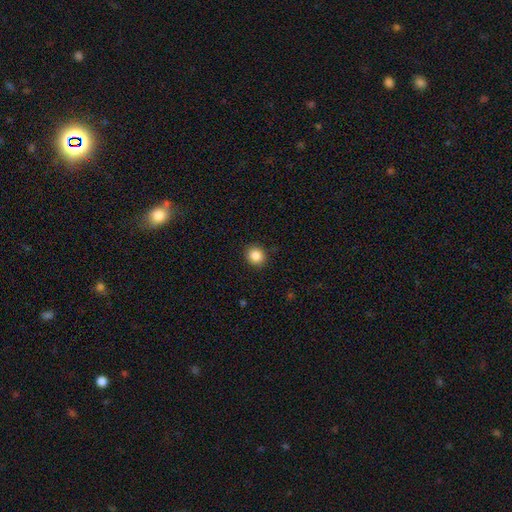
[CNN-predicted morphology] Smooth or featured: smooth — 87% (star or artifact — 10%)
How rounded: round — 83% (in between — 17%)
Merging: none — 90% (minor disturbance — 7%)